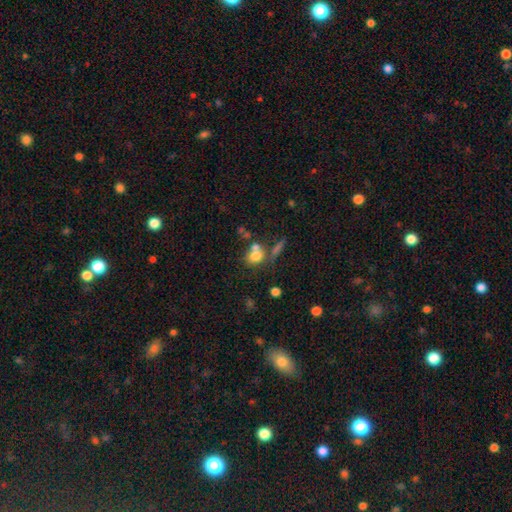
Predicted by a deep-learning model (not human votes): Smooth or featured? Predicted: smooth (p=0.73). How rounded? Predicted: round (p=0.58). Merging? Predicted: none (p=0.43).